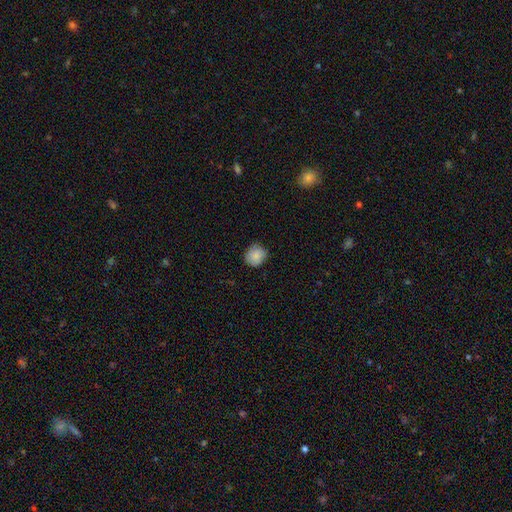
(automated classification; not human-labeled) Morphology: type=smooth (86%); roundness=round (79%); merging=none (76%).